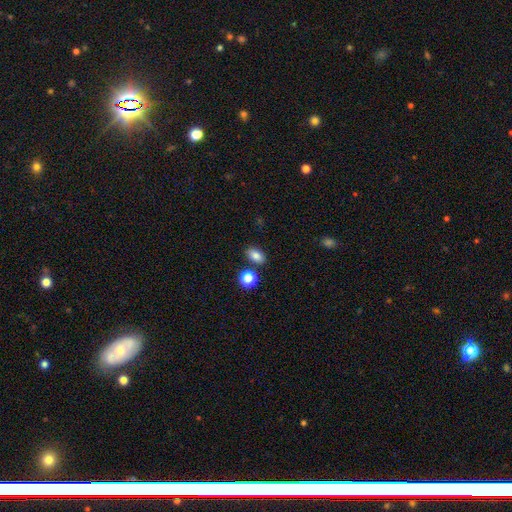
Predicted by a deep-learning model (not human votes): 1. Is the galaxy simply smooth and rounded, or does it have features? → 83% smooth, 11% star or artifact, 6% featured or disk.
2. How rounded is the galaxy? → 82% in between, 16% round, 2% cigar-shaped.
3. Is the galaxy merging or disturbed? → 81% none, 9% minor disturbance, 8% merger, 3% major disturbance.